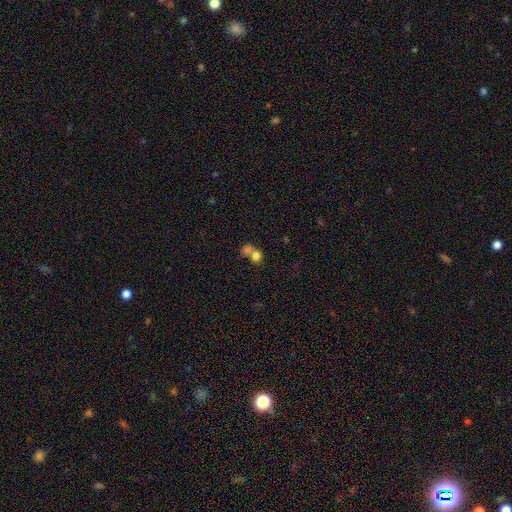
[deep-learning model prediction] This appears to be a smooth galaxy with no disk features (75%) that is round (69%). Merging: merger (59%).